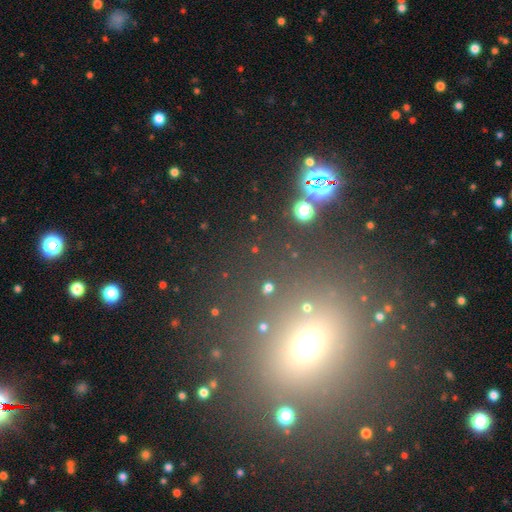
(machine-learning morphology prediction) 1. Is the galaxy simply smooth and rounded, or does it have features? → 46% star or artifact, 42% smooth, 11% featured or disk.